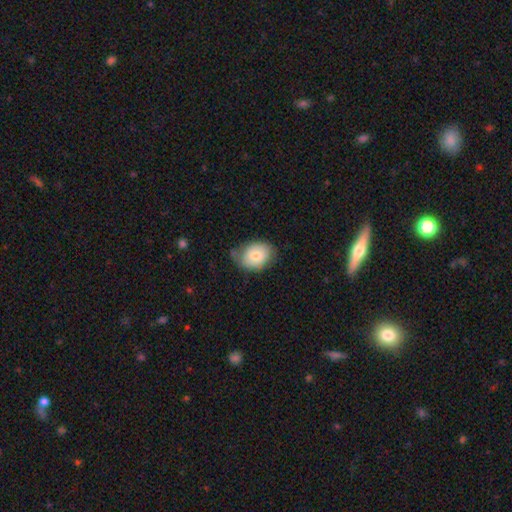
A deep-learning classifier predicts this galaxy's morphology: Overall: smooth (73%). How rounded: in between (66%; round 33%). Merging: none (61%; minor disturbance 29%).